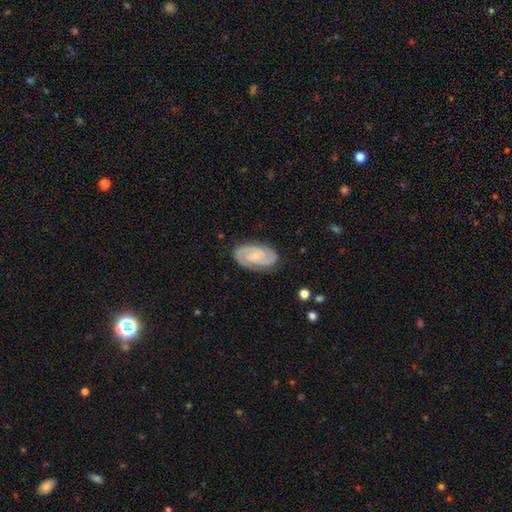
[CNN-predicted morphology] Smooth or featured: featured or disk — 86% (smooth — 9%)
Edge-on disk: no — 97% (yes — 3%)
Bar: no — 58% (weak — 33%)
Spiral arms: yes — 98% (no — 2%)
Spiral winding: tight — 60% (medium — 34%)
Spiral arm count: 2 — 89% (3 — 4%)
Bulge size: small — 67% (moderate — 16%)
Merging: none — 85% (minor disturbance — 11%)